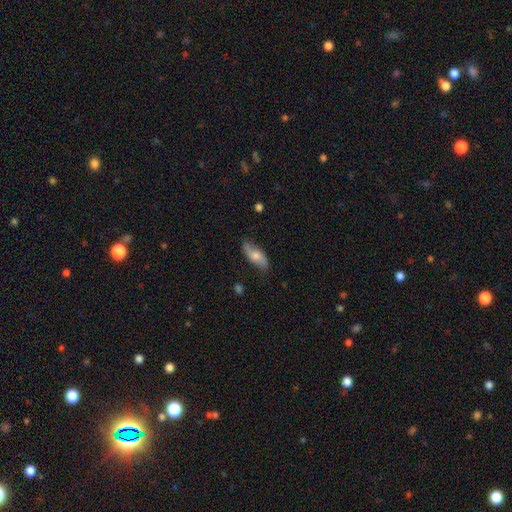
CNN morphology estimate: Smooth or featured? smooth (54%)
How rounded? in between (79%)
Merging? none (75%)